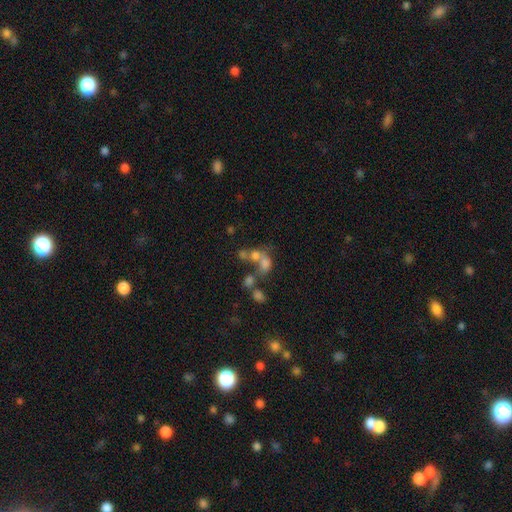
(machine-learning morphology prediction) A smooth galaxy with no disk features (55%) that is in between round and cigar-shaped (50%).

Vote fractions:
- Smooth or featured? smooth: 55% / featured or disk: 26% / star or artifact: 19%
- How rounded? in between: 50% / round: 47% / cigar-shaped: 2%
- Merging? merger: 54% / none: 26% / major disturbance: 11% / minor disturbance: 8%